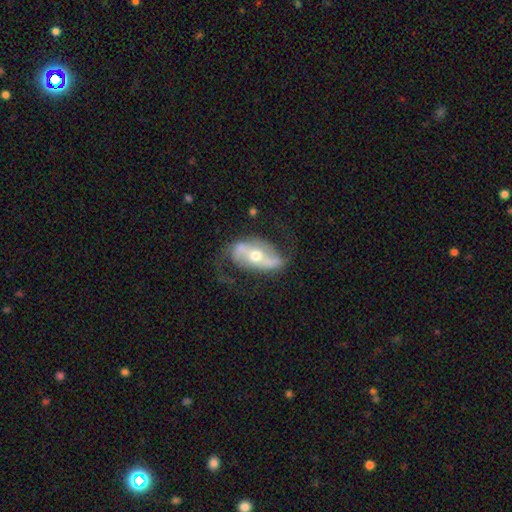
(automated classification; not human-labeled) Overall: featured or disk (82%). Edge-on disk: no (92%). Bar: strong (47%; weak 28%). Spiral arms: yes (88%). Spiral arm count: 2 (90%). Spiral winding: loose (60%; medium 30%). Bulge size: moderate (70%). Merging: none (66%).